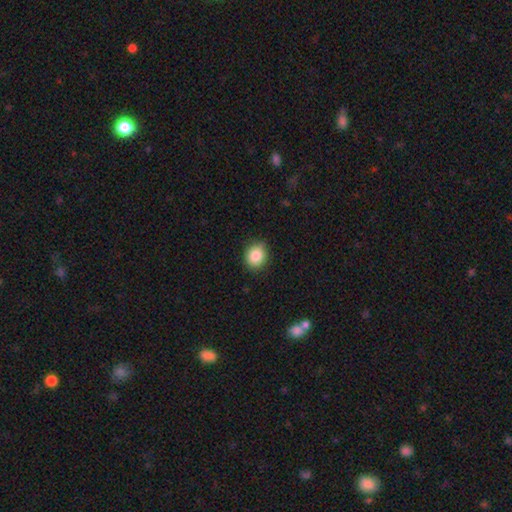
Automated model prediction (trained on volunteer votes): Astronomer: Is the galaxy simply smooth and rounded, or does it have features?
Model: smooth — 85%.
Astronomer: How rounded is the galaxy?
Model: round — 69%.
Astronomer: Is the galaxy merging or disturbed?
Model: none — 85%.